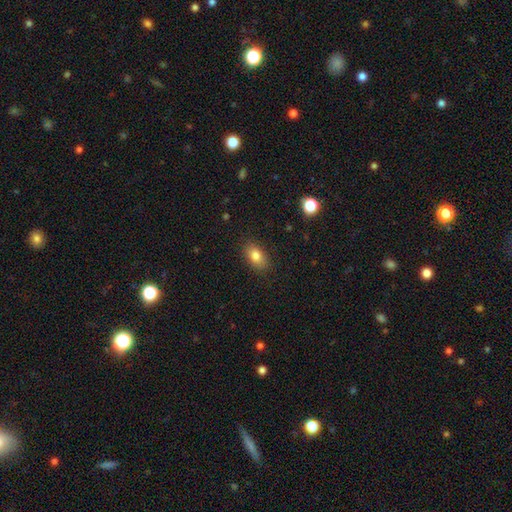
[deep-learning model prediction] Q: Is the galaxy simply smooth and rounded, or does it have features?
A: smooth — 82%.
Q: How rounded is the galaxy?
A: in between — 87%.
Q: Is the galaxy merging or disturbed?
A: none — 87%.